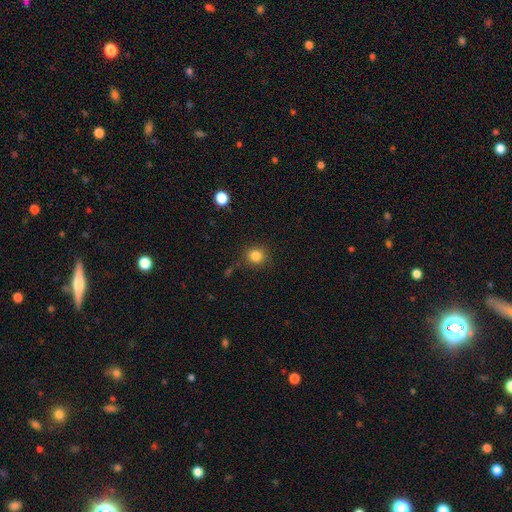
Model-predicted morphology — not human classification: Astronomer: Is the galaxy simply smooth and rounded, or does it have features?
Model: smooth — 83%.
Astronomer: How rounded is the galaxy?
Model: round — 87%.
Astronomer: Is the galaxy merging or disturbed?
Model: none — 85%.